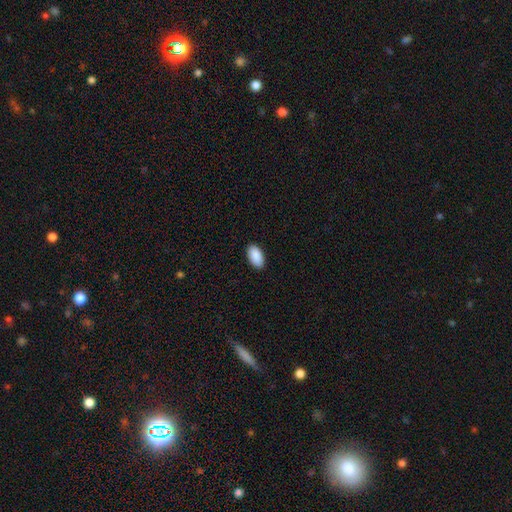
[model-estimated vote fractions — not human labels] Q: Smooth or featured?
A: smooth (91%); runner-up: star or artifact (6%)
Q: How rounded?
A: in between (96%); runner-up: round (2%)
Q: Merging?
A: none (90%); runner-up: minor disturbance (8%)